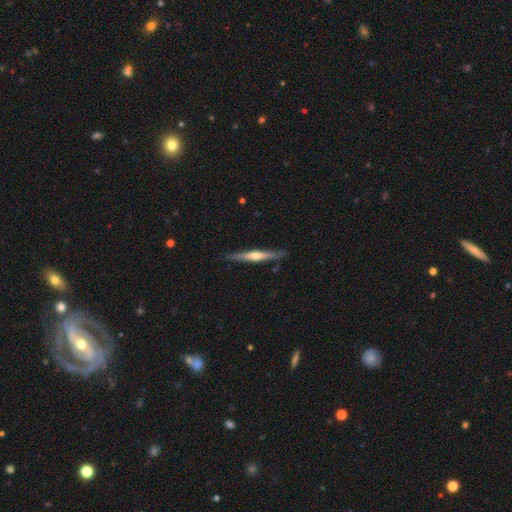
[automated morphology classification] Smooth or featured?
  - featured or disk: 64% *
  - smooth: 30%
  - star or artifact: 5%
Edge-on disk?
  - yes: 97% *
  - no: 3%
Edge-on bulge?
  - rounded: 81% *
  - none: 14%
  - boxy: 5%
Merging?
  - none: 86% *
  - minor disturbance: 10%
  - major disturbance: 2%
  - merger: 1%